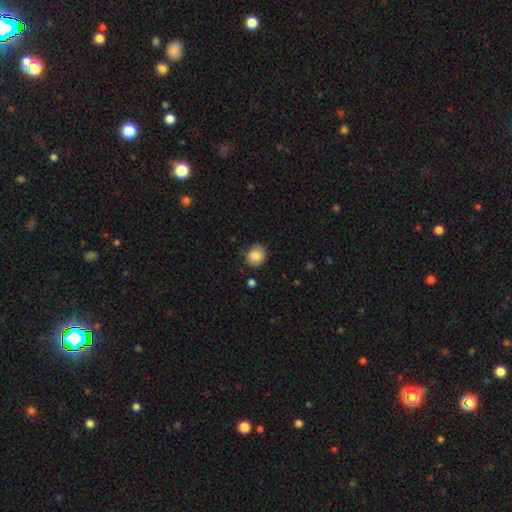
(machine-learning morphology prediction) Q: Smooth or featured?
A: smooth (86%); runner-up: star or artifact (8%)
Q: How rounded?
A: round (81%); runner-up: in between (19%)
Q: Merging?
A: none (80%); runner-up: minor disturbance (15%)